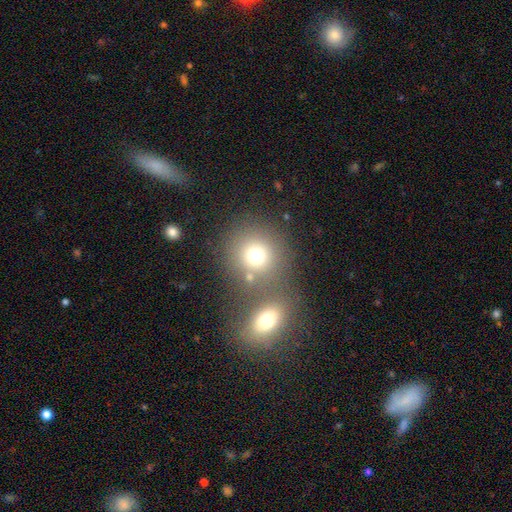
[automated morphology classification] Smooth or featured? Predicted: smooth (p=0.73). How rounded? Predicted: round (p=0.87). Merging? Predicted: none (p=0.56).